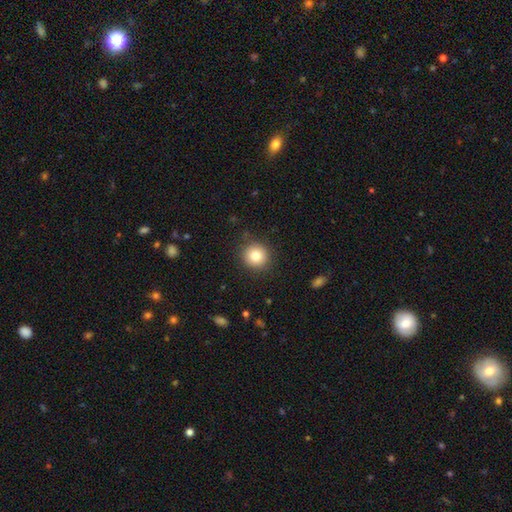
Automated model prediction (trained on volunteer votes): Smooth or featured: smooth — 83% (star or artifact — 10%)
How rounded: round — 93% (in between — 7%)
Merging: none — 88% (minor disturbance — 8%)